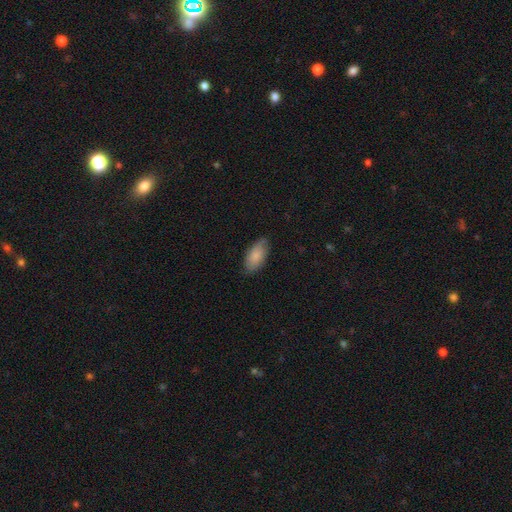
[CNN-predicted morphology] Smooth or featured: smooth — 82% (featured or disk — 12%)
How rounded: in between — 92% (cigar-shaped — 6%)
Merging: none — 79% (minor disturbance — 17%)